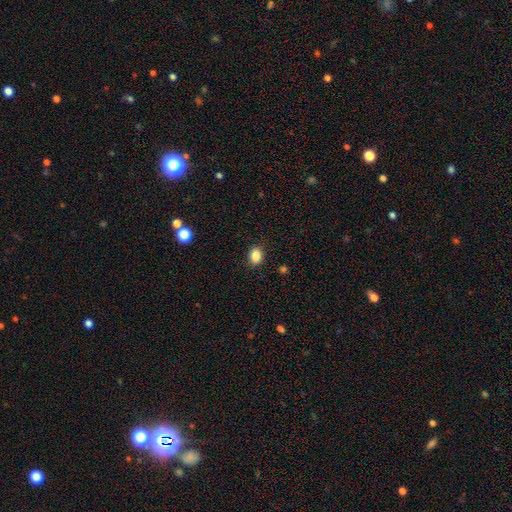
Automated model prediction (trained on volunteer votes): Q: Smooth or featured?
A: smooth (87%); runner-up: star or artifact (9%)
Q: How rounded?
A: in between (65%); runner-up: round (34%)
Q: Merging?
A: none (88%); runner-up: minor disturbance (9%)